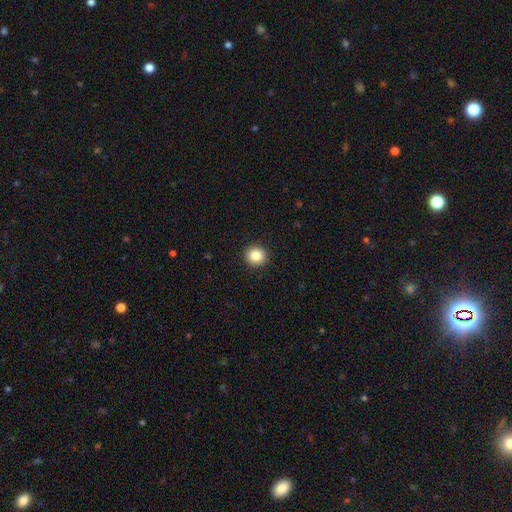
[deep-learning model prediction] Smooth or featured? Predicted: smooth (p=0.84). How rounded? Predicted: round (p=0.92). Merging? Predicted: none (p=0.93).